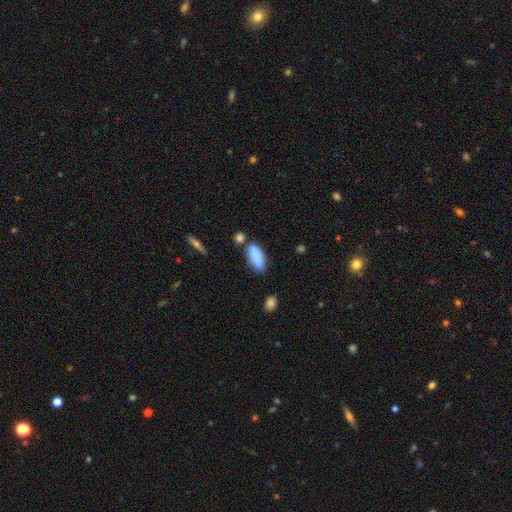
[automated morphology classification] Smooth or featured? smooth (86%)
How rounded? in between (85%)
Merging? none (61%)